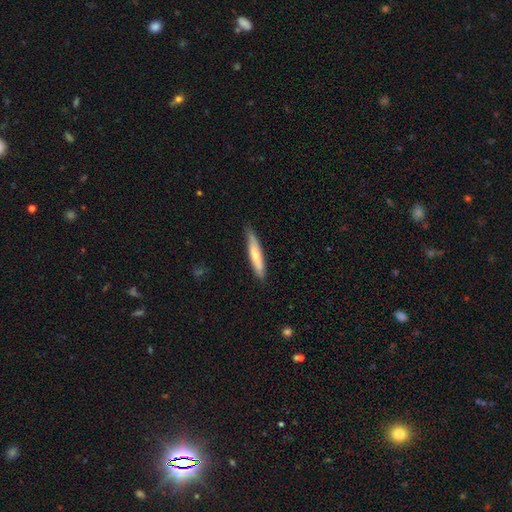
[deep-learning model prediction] Q: Smooth or featured?
A: smooth (68%); runner-up: featured or disk (27%)
Q: How rounded?
A: cigar-shaped (89%); runner-up: in between (10%)
Q: Merging?
A: none (79%); runner-up: minor disturbance (17%)